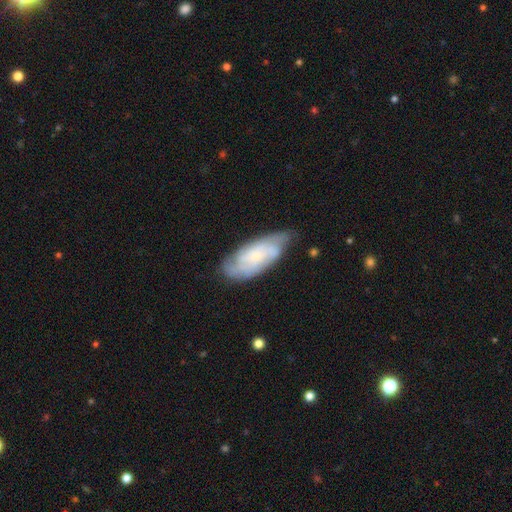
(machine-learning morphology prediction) The model was most divided on "spiral arm count": can't tell: 35%, 2: 30%, 3: 20%, 4: 8%, 1: 4%, more than 4: 3%. More confident: spiral arms — yes (92%); edge-on disk — no (92%); smooth or featured — featured or disk (71%); bulge size — small (71%); merging — none (69%); bar — no (67%); spiral winding — tight (57%).